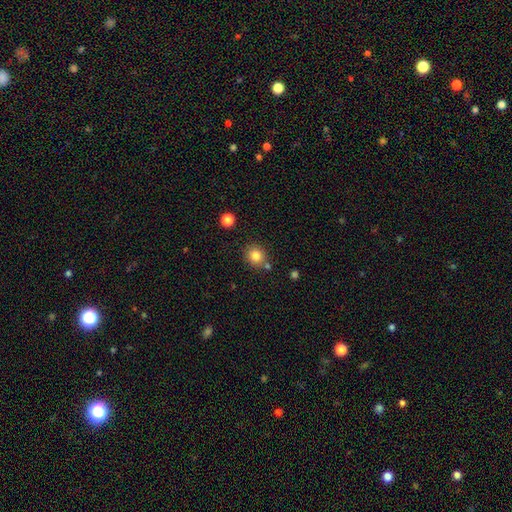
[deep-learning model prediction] smooth 83%, star or artifact 11%, featured or disk 6%. Down the decision tree: how rounded — round (85%); merging — none (79%).